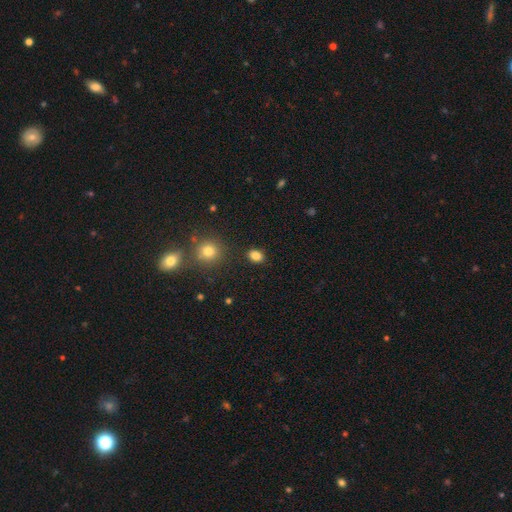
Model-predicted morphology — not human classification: A smooth galaxy with no disk features (84%) that is in between round and cigar-shaped (65%).

Vote fractions:
- Smooth or featured? smooth: 84% / star or artifact: 11% / featured or disk: 4%
- How rounded? in between: 65% / round: 34% / cigar-shaped: 1%
- Merging? none: 87% / minor disturbance: 8% / major disturbance: 3% / merger: 2%